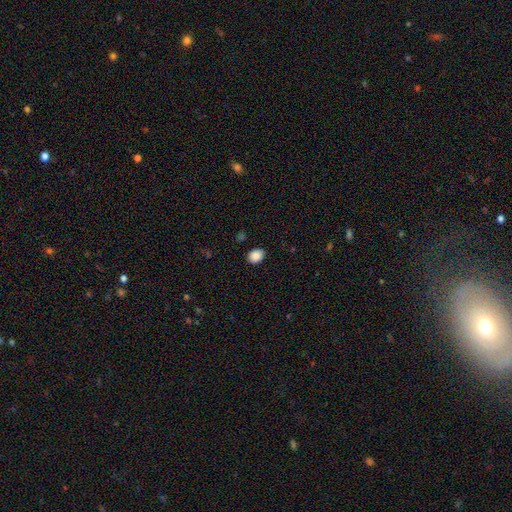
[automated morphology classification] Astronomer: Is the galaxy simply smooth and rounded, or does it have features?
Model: smooth — 88%.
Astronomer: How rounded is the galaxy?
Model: in between — 50% (runner-up: round, 49%).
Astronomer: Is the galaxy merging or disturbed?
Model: none — 87%.